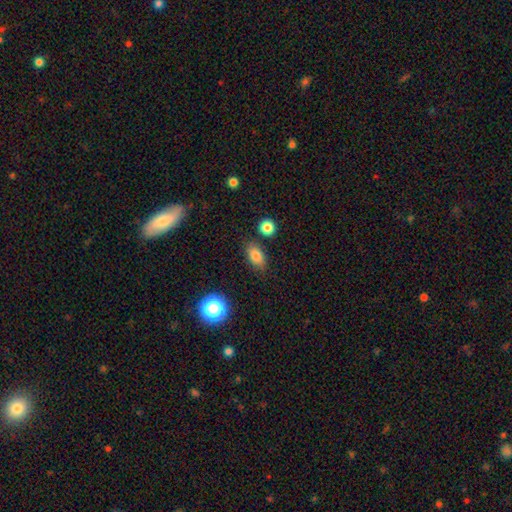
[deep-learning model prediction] Smooth or featured?
  - smooth: 81% *
  - star or artifact: 11%
  - featured or disk: 8%
How rounded?
  - in between: 83% *
  - round: 13%
  - cigar-shaped: 3%
Merging?
  - none: 80% *
  - minor disturbance: 12%
  - merger: 5%
  - major disturbance: 3%